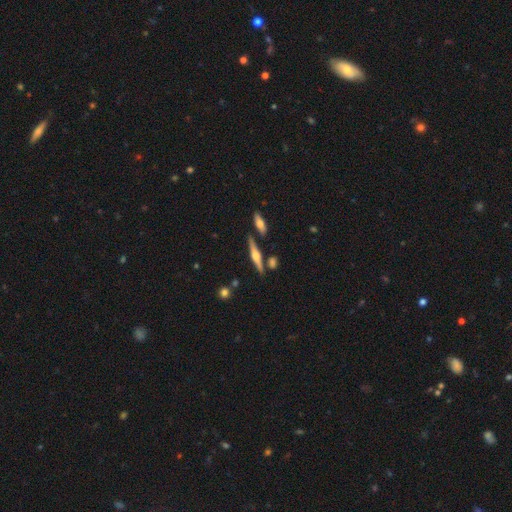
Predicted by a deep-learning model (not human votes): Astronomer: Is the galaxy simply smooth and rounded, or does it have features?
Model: featured or disk — 71%.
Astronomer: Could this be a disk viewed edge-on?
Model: yes — 97%.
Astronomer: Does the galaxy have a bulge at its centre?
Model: rounded — 84%.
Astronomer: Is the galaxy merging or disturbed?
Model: none — 79%.